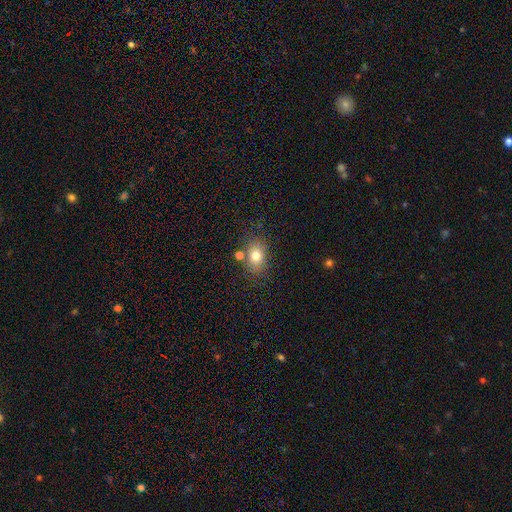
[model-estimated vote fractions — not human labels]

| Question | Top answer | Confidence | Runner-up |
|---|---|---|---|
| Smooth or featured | smooth | 77% | star or artifact (11%) |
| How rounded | in between | 63% | round (35%) |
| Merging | none | 70% | minor disturbance (14%) |